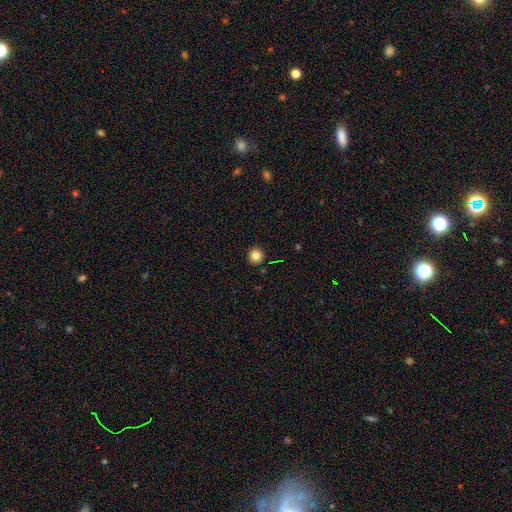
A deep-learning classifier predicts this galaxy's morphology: Smooth or featured? Predicted: smooth (p=0.83). How rounded? Predicted: round (p=0.94). Merging? Predicted: none (p=0.92).